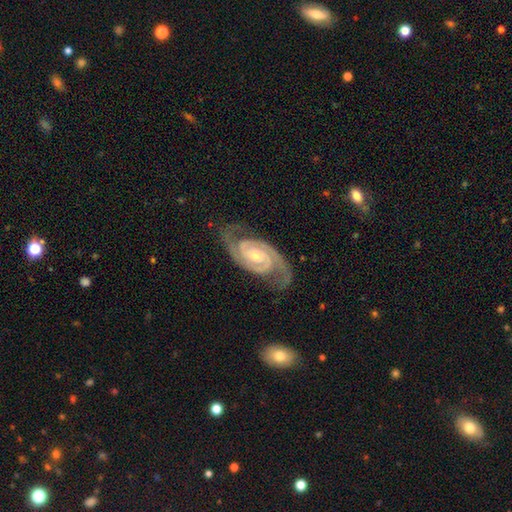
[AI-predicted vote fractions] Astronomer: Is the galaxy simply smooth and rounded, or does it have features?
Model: featured or disk — 93%.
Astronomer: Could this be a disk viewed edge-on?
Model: no — 97%.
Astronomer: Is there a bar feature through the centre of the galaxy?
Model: no — 51% (runner-up: weak, 34%).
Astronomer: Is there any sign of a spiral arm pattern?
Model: yes — 99%.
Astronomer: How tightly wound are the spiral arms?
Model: tight — 55% (runner-up: medium, 39%).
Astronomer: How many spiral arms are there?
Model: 2 — 91%.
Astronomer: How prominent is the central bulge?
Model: small — 60% (runner-up: moderate, 36%).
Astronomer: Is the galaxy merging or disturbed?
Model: none — 79%.